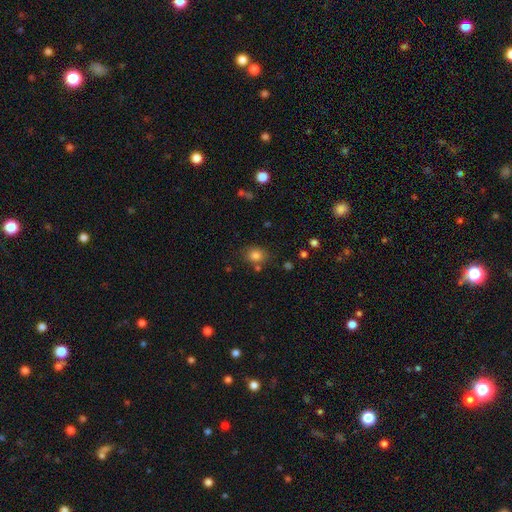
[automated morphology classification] Smooth or featured: smooth — 81% (star or artifact — 12%)
How rounded: round — 57% (in between — 43%)
Merging: none — 75% (minor disturbance — 14%)